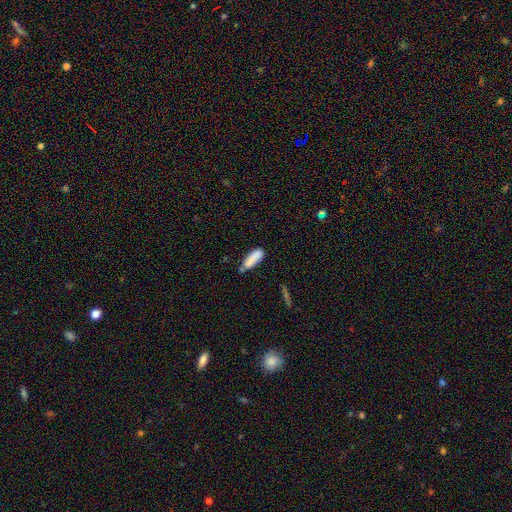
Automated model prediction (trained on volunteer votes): Smooth or featured? Predicted: smooth (p=0.84). How rounded? Predicted: cigar-shaped (p=0.52). Merging? Predicted: none (p=0.59).